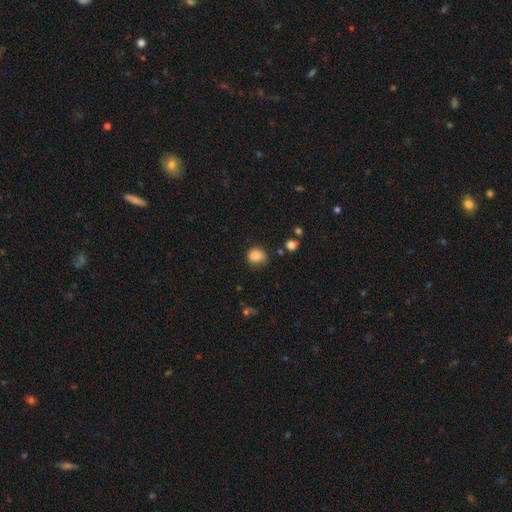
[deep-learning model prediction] Morphology: type=smooth (85%); roundness=round (76%); merging=none (68%).